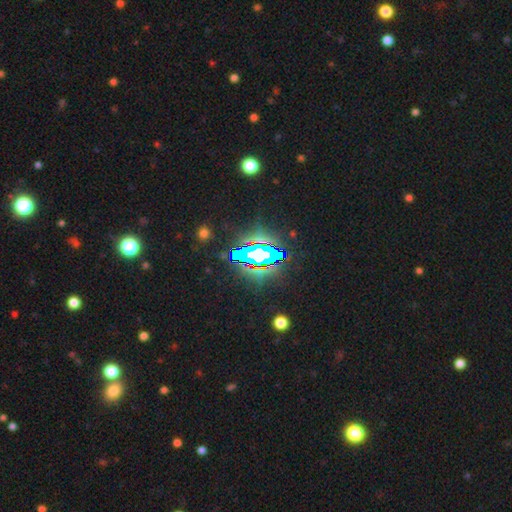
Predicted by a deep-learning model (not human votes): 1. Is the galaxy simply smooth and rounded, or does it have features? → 73% star or artifact, 15% featured or disk, 12% smooth.